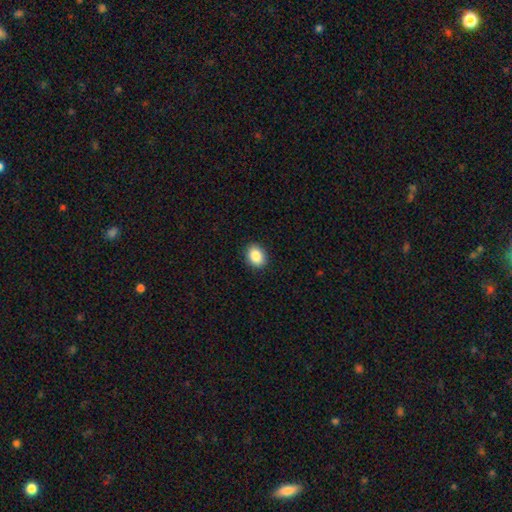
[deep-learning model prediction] This appears to be a smooth galaxy with no disk features (87%) that is in between round and cigar-shaped (62%). Merging: none (90%).